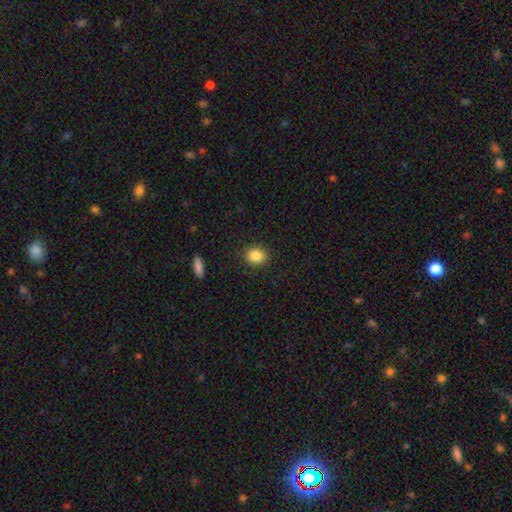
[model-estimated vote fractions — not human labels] Smooth or featured: smooth — 86% (star or artifact — 9%)
How rounded: round — 67% (in between — 32%)
Merging: none — 89% (minor disturbance — 7%)